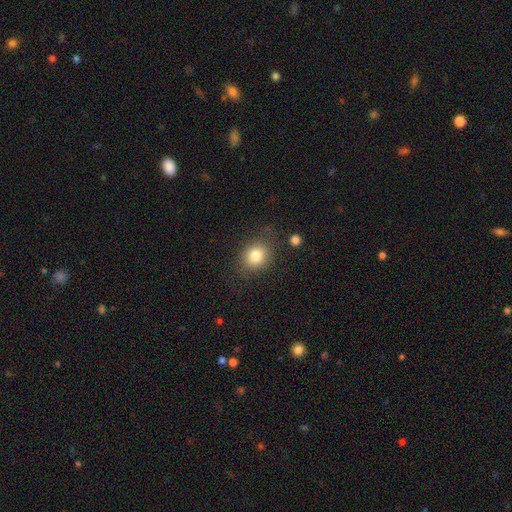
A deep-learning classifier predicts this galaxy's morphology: smooth-or-featured: smooth: 80% | star or artifact: 11% | featured or disk: 9%
  how-rounded: round: 65% | in between: 34% | cigar-shaped: 1%
  merging: none: 79% | minor disturbance: 14% | major disturbance: 5% | merger: 2%